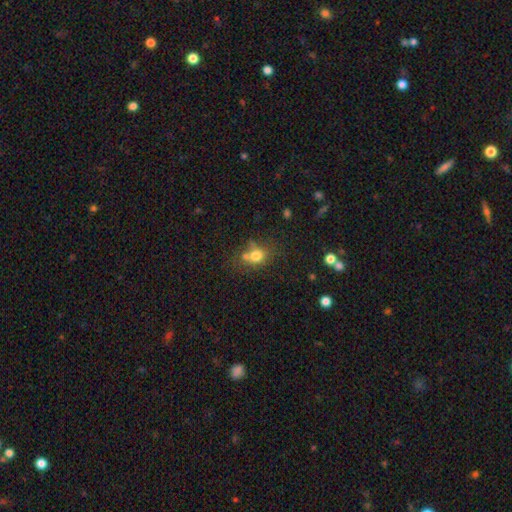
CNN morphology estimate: The model was most divided on "merging": none: 48%, merger: 29%, minor disturbance: 16%, major disturbance: 8%. More confident: smooth or featured — smooth (73%); how rounded — round (65%).